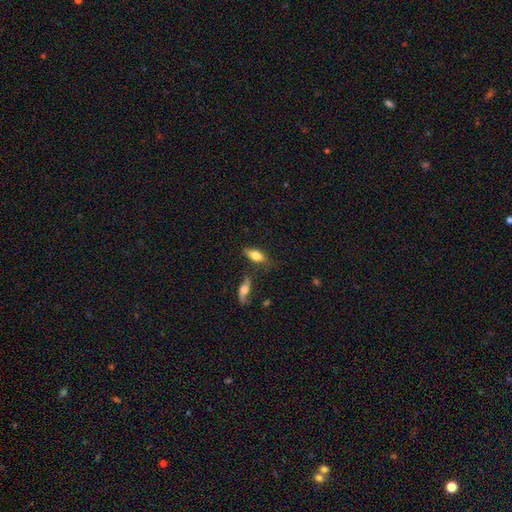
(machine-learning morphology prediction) Smooth or featured: smooth — 73% (featured or disk — 21%)
How rounded: in between — 79% (cigar-shaped — 18%)
Merging: none — 66% (minor disturbance — 17%)